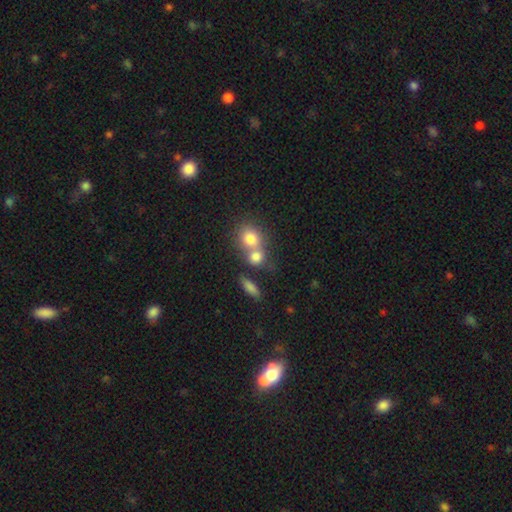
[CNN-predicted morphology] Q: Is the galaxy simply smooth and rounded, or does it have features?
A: smooth — 77%.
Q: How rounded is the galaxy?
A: round — 70%.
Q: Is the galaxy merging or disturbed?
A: merger — 54%.